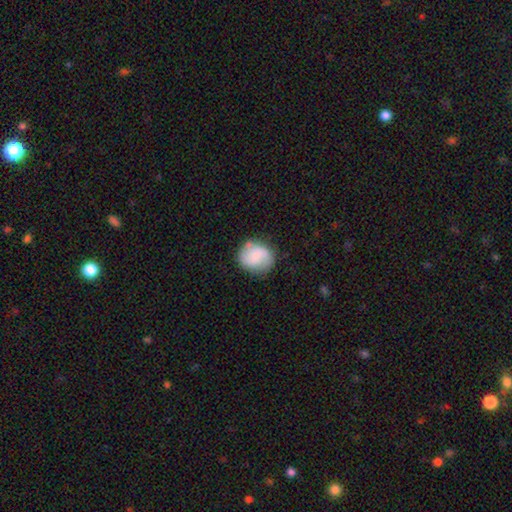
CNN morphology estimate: Smooth or featured? smooth (58%)
How rounded? round (79%)
Merging? none (73%)